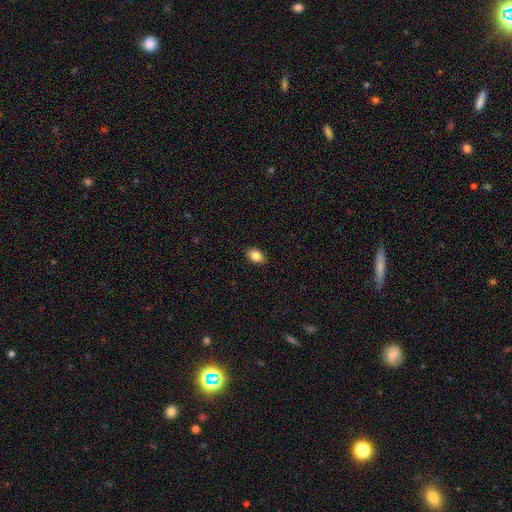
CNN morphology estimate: type=smooth (85%); roundness=in between (86%); merging=none (89%).